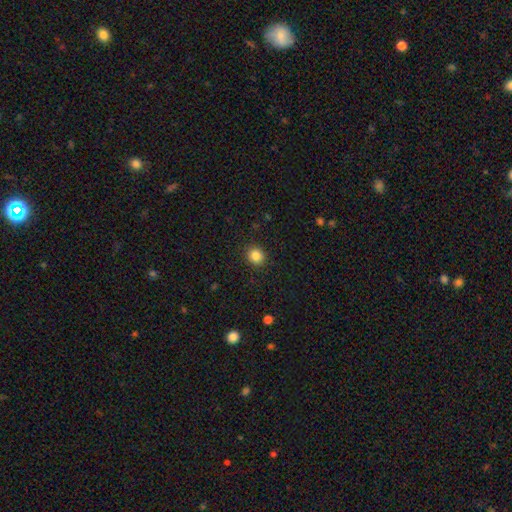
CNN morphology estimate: smooth_or_featured: smooth (p=0.85) [alt: star or artifact p=0.11]
how_rounded: round (p=0.83) [alt: in between p=0.16]
merging: none (p=0.91) [alt: minor disturbance p=0.06]